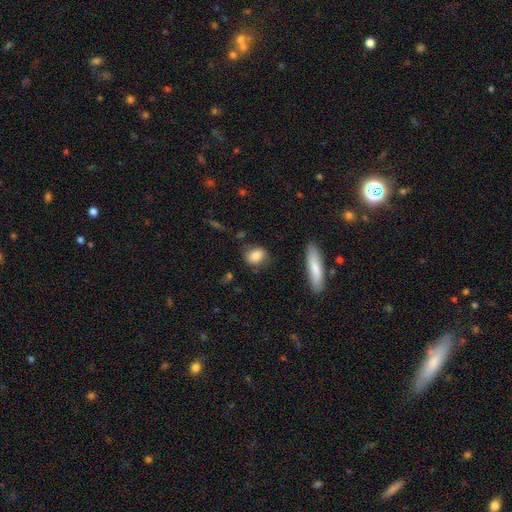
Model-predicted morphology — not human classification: Smooth or featured?
  - smooth: 81% *
  - featured or disk: 11%
  - star or artifact: 8%
How rounded?
  - in between: 56% *
  - round: 40%
  - cigar-shaped: 3%
Merging?
  - none: 75% *
  - minor disturbance: 17%
  - major disturbance: 4%
  - merger: 3%